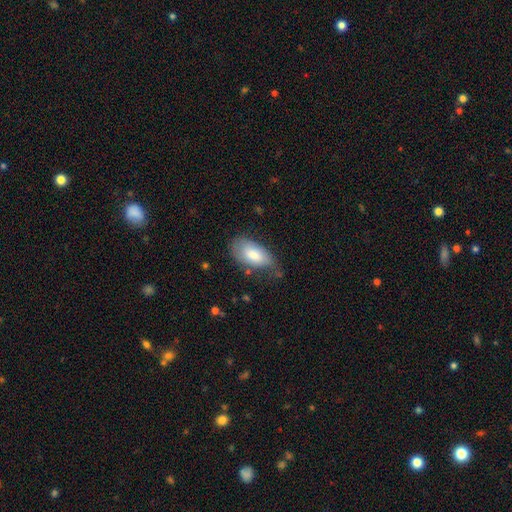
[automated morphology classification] type=smooth (79%); roundness=in between (94%); merging=none (55%).